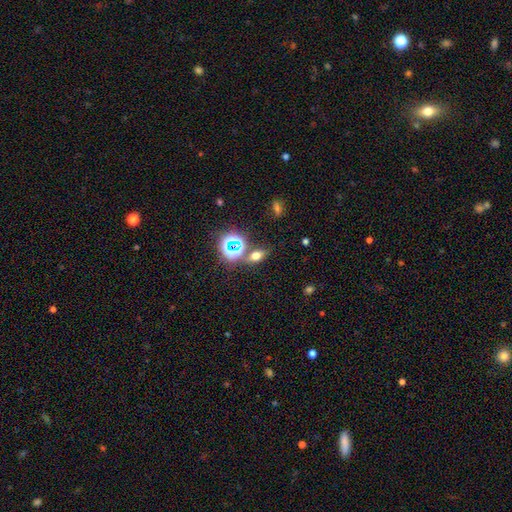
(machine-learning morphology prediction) Q: Smooth or featured?
A: smooth (55%); runner-up: star or artifact (31%)
Q: How rounded?
A: in between (70%); runner-up: round (22%)
Q: Merging?
A: none (75%); runner-up: merger (11%)